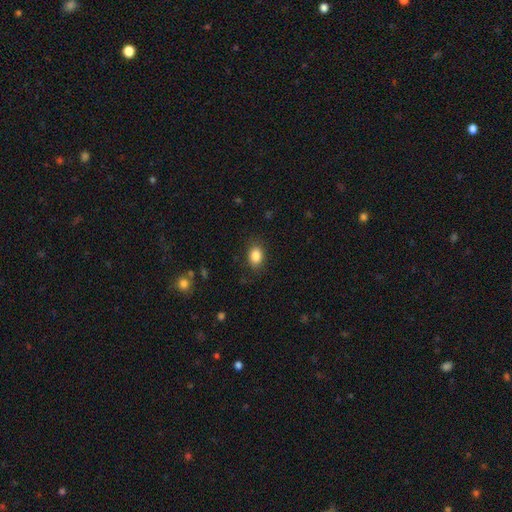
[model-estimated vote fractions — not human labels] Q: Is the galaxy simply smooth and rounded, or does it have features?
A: smooth — 86%.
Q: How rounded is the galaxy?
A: in between — 72%.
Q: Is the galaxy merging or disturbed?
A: none — 85%.